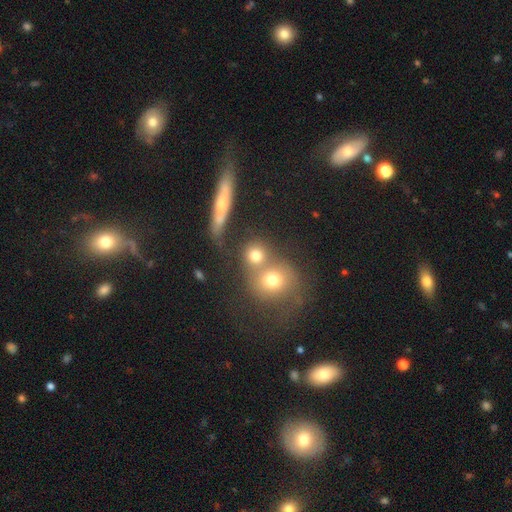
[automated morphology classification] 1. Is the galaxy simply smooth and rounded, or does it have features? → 72% smooth, 15% featured or disk, 13% star or artifact.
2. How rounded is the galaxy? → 82% round, 15% in between, 3% cigar-shaped.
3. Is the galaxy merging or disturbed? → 46% merger, 42% none, 8% minor disturbance, 4% major disturbance.